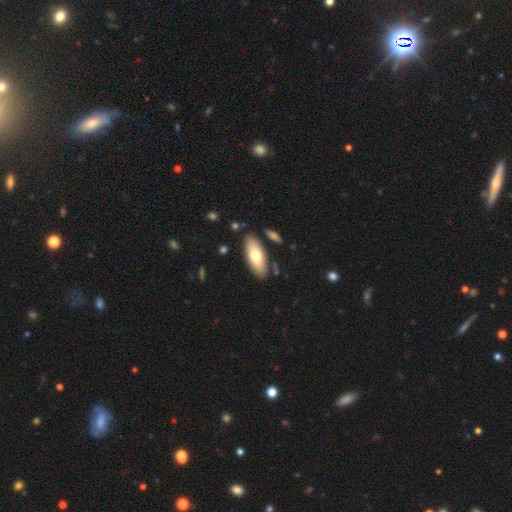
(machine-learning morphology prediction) smooth_or_featured: smooth (p=0.68) [alt: featured or disk p=0.26]
how_rounded: in between (p=0.79) [alt: cigar-shaped p=0.19]
merging: none (p=0.84) [alt: minor disturbance p=0.10]